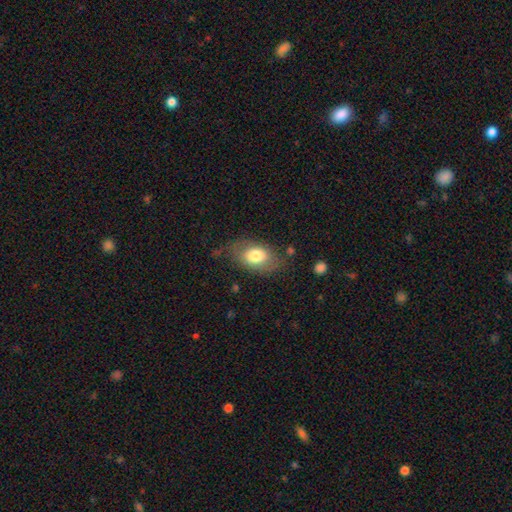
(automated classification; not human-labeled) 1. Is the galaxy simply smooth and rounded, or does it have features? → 76% smooth, 17% featured or disk, 7% star or artifact.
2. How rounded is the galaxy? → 87% in between, 12% round, 2% cigar-shaped.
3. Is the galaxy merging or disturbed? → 71% none, 19% minor disturbance, 7% major disturbance, 2% merger.